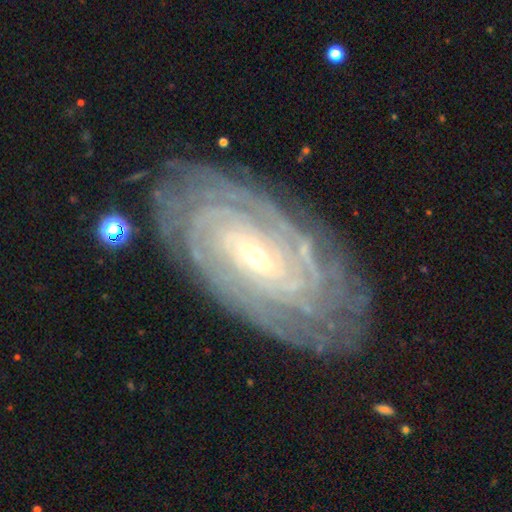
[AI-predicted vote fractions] Overall: featured or disk (90%). Edge-on disk: no (95%). Bar: no (41%; weak 38%). Spiral arms: yes (98%). Spiral arm count: can't tell (29%; more than 4 22%). Spiral winding: tight (87%). Bulge size: small (69%). Merging: none (84%).